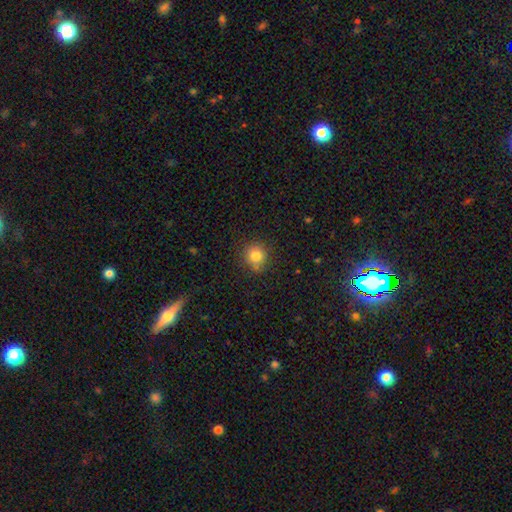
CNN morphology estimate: A smooth galaxy with no disk features (81%) that is round (89%). Merging: none (81%).